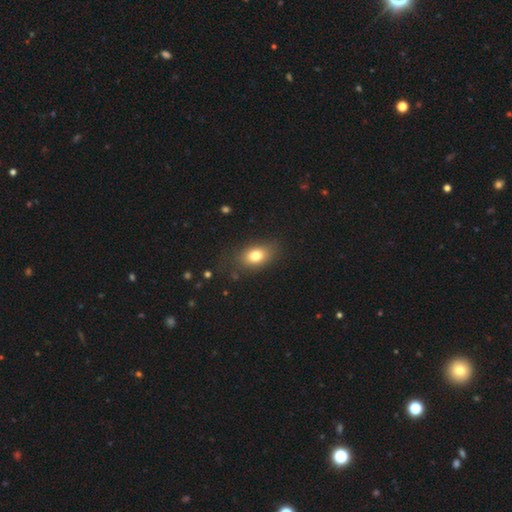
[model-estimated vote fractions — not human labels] Smooth or featured? smooth (78%)
How rounded? in between (79%)
Merging? none (77%)